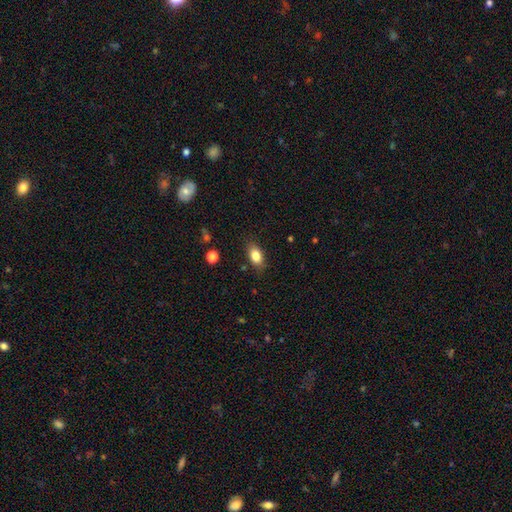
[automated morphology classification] smooth-or-featured: smooth: 83% | featured or disk: 8% | star or artifact: 8%
  how-rounded: in between: 86% | round: 10% | cigar-shaped: 5%
  merging: none: 82% | minor disturbance: 13% | major disturbance: 3% | merger: 1%